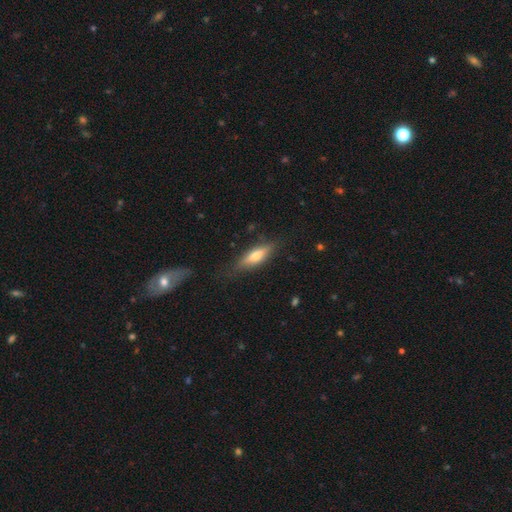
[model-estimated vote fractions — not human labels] The model was most divided on "how rounded": cigar-shaped: 55%, in between: 42%, round: 2%. More confident: merging — none (76%); smooth or featured — smooth (56%).